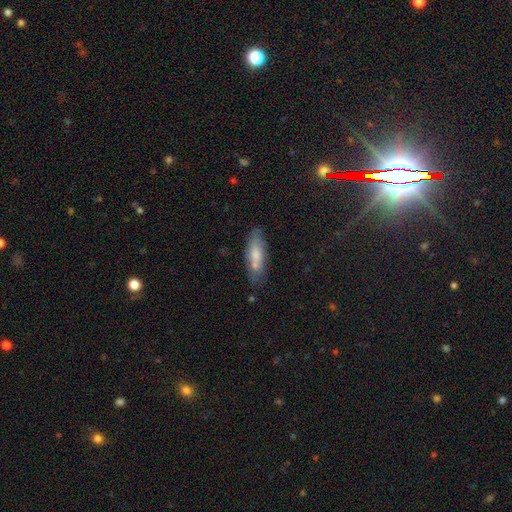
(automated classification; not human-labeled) This is likely a smooth galaxy (70%). How rounded: possibly in between (50%). Merging: likely none (66%).